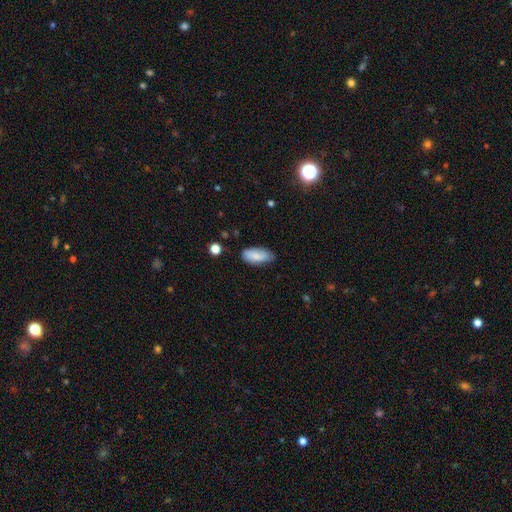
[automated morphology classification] Overall: smooth (82%). How rounded: in between (87%). Merging: none (70%).